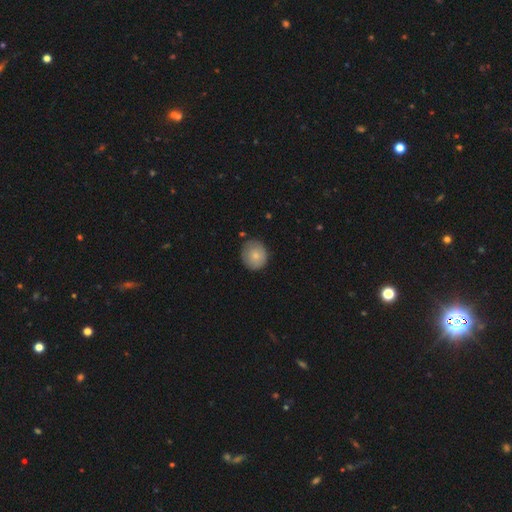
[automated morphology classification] Overall: smooth (79%). How rounded: round (81%). Merging: none (77%).